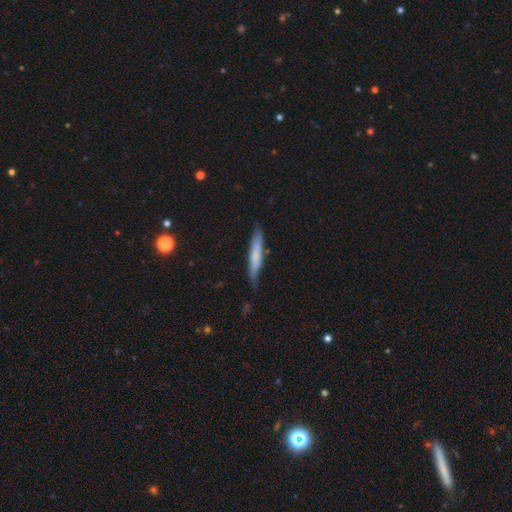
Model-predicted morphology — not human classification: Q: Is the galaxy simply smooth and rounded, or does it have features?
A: smooth — 66%.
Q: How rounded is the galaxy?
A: cigar-shaped — 90%.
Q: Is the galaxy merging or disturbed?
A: none — 74%.